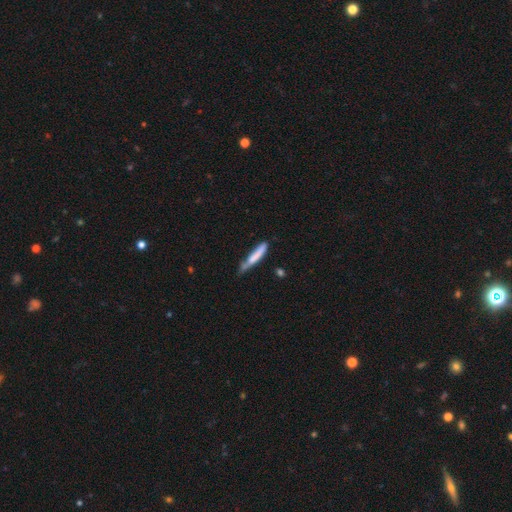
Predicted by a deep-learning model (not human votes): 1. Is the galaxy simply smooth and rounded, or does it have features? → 71% smooth, 23% featured or disk, 6% star or artifact.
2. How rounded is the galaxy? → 92% cigar-shaped, 7% in between, 1% round.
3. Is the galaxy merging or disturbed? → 51% none, 34% minor disturbance, 9% major disturbance, 6% merger.